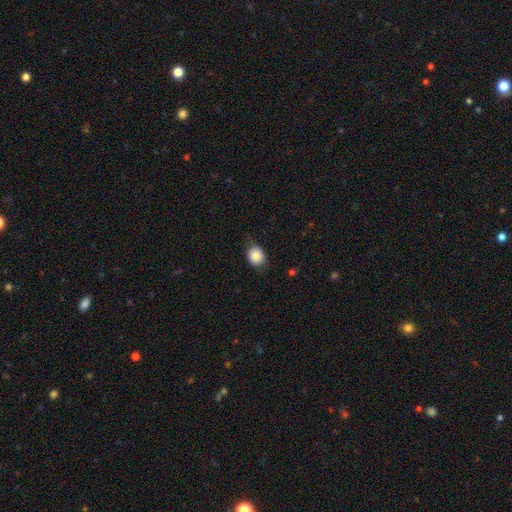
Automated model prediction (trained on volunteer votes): The model was most divided on "how rounded": in between: 50%, round: 49%, cigar-shaped: 1%. More confident: smooth or featured — smooth (83%); merging — none (64%).